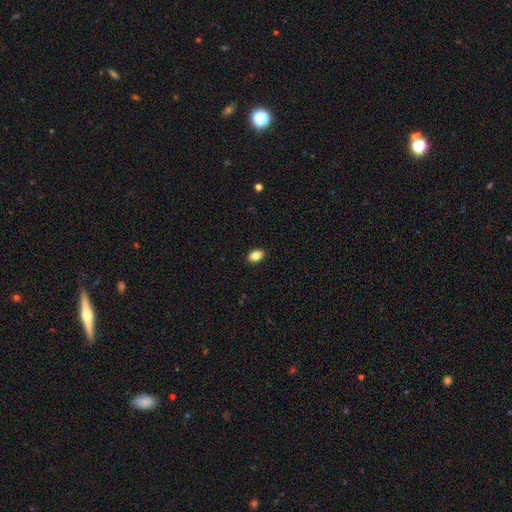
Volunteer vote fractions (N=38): Smooth or featured? 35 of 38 (92%) said smooth. How rounded? 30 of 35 (86%) said in between. Merging? 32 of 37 (86%) said none.